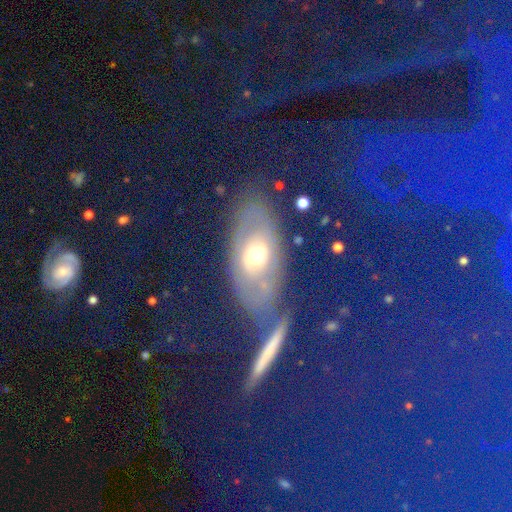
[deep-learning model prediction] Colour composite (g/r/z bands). It shows a featured or disk galaxy (57%). Merging: none (56%).